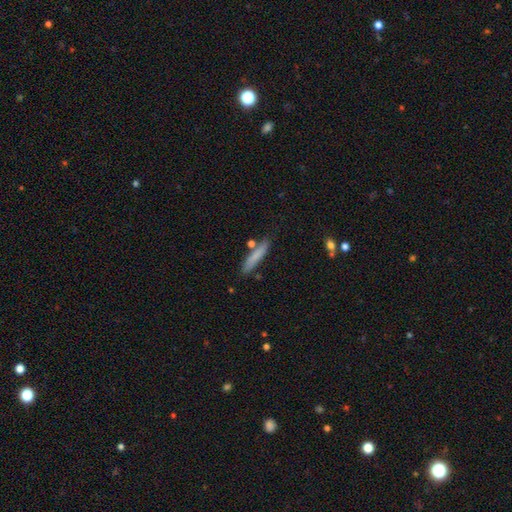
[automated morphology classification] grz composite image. It shows a smooth galaxy with no disk features (78%) that is cigar-shaped (89%). Merging: none (79%).